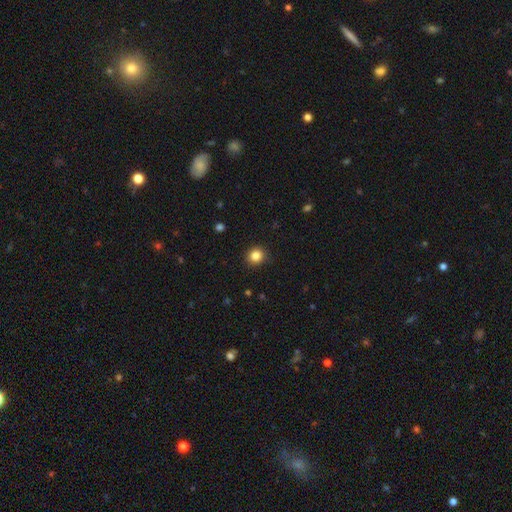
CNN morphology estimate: Smooth or featured: smooth — 85% (star or artifact — 11%)
How rounded: round — 87% (in between — 12%)
Merging: none — 90% (minor disturbance — 7%)